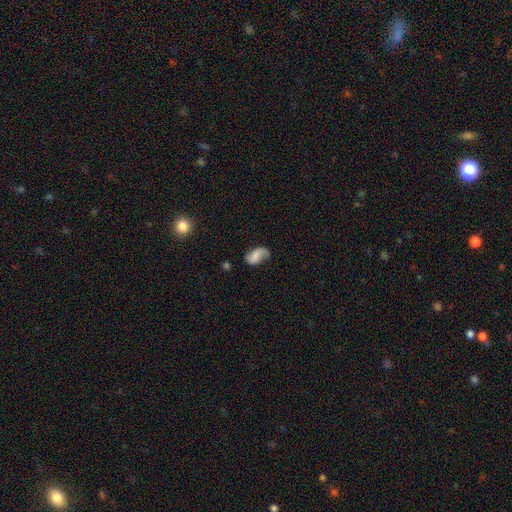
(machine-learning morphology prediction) Smooth or featured: smooth — 46% (featured or disk — 44%)
Merging: none — 59% (minor disturbance — 27%)